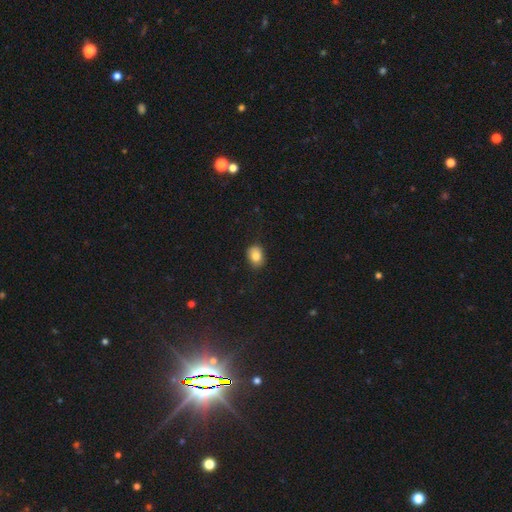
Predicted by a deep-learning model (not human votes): Smooth or featured?
  - smooth: 83% *
  - star or artifact: 9%
  - featured or disk: 8%
How rounded?
  - in between: 61% *
  - round: 38%
  - cigar-shaped: 1%
Merging?
  - none: 83% *
  - minor disturbance: 14%
  - major disturbance: 2%
  - merger: 1%